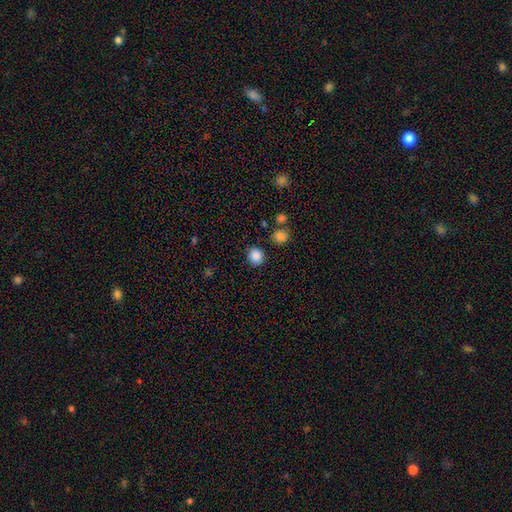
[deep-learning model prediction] A smooth galaxy with no disk features (86%) that is round (87%). Merging: none (86%).